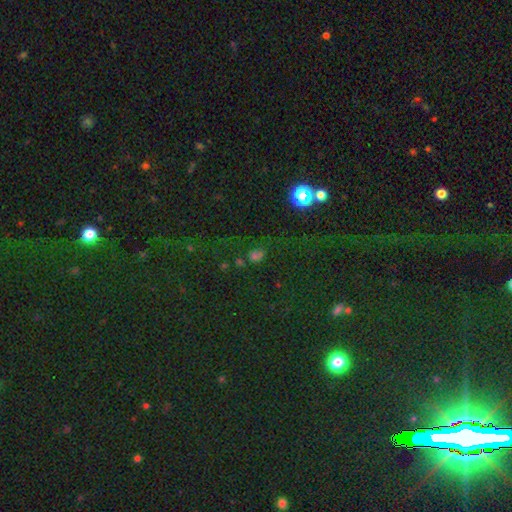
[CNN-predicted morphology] The model was most divided on "smooth or featured": smooth: 46%, star or artifact: 44%, featured or disk: 10%. More confident: merging — none (53%).